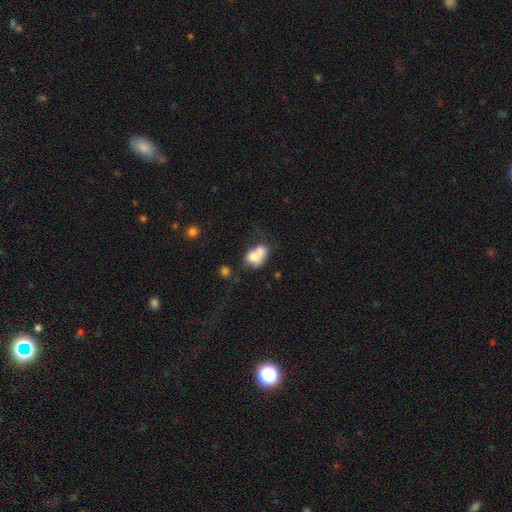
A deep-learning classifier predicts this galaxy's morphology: Smooth or featured?
  - smooth: 70% *
  - featured or disk: 21%
  - star or artifact: 9%
How rounded?
  - in between: 61% *
  - round: 38%
  - cigar-shaped: 1%
Merging?
  - merger: 57% *
  - none: 23%
  - minor disturbance: 12%
  - major disturbance: 8%